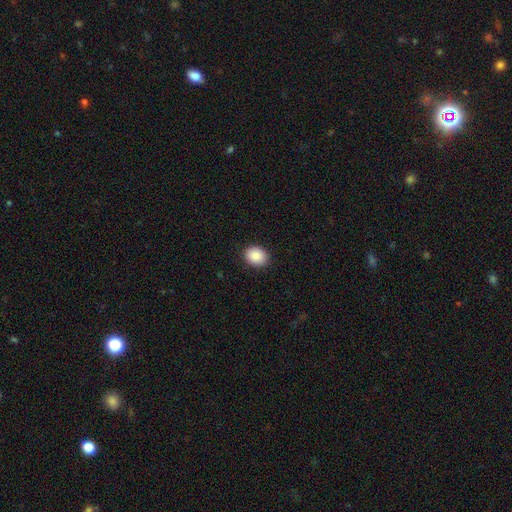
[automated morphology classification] Smooth or featured? smooth (87%)
How rounded? in between (57%)
Merging? none (89%)